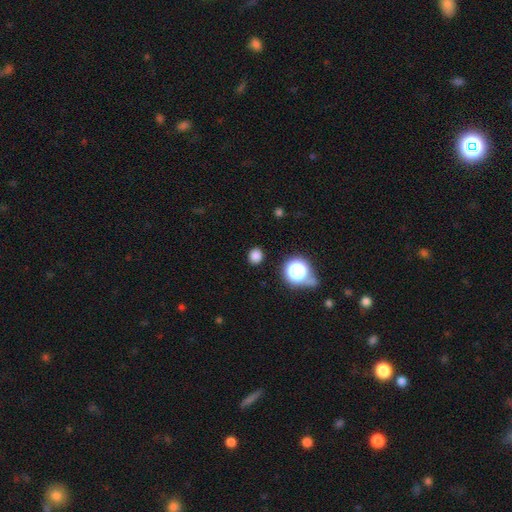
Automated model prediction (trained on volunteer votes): smooth_or_featured: smooth (p=0.80) [alt: star or artifact p=0.16]
how_rounded: round (p=0.79) [alt: in between p=0.20]
merging: none (p=0.88) [alt: minor disturbance p=0.07]